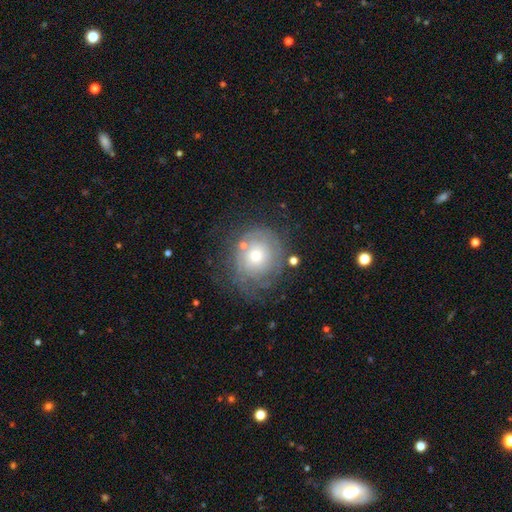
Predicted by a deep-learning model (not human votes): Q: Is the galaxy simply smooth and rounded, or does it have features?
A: featured or disk — 57%.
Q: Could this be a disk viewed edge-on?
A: no — 97%.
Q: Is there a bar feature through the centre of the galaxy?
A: no — 85%.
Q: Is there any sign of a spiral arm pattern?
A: yes — 69%.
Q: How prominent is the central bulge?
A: moderate — 49%.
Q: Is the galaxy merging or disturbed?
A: none — 61%.